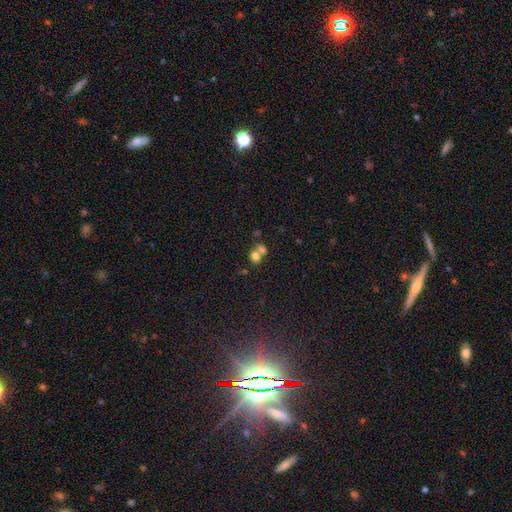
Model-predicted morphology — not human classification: smooth_or_featured: smooth (p=0.73) [alt: star or artifact p=0.13]
how_rounded: round (p=0.60) [alt: in between p=0.39]
merging: merger (p=0.56) [alt: none p=0.33]